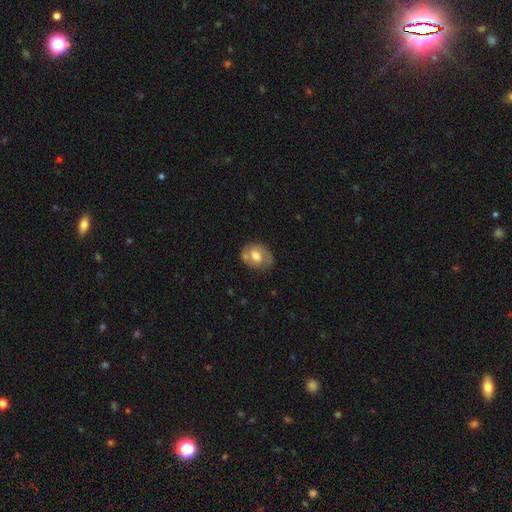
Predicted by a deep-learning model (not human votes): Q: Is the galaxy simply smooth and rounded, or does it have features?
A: smooth — 52%.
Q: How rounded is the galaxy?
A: in between — 57%.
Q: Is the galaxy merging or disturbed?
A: none — 62%.